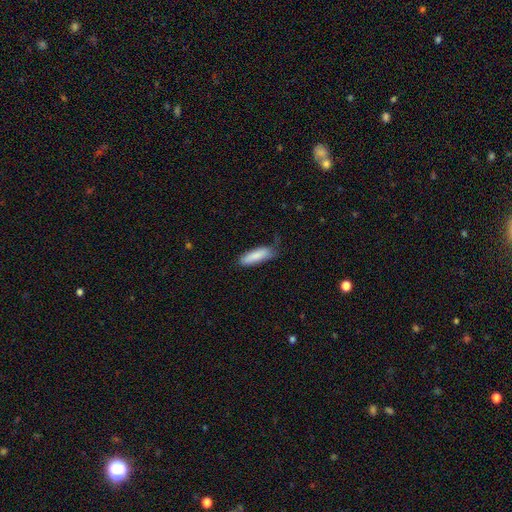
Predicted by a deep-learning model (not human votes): This appears to be a smooth galaxy with no disk features (85%) that is cigar-shaped (59%). Merging: none (67%).